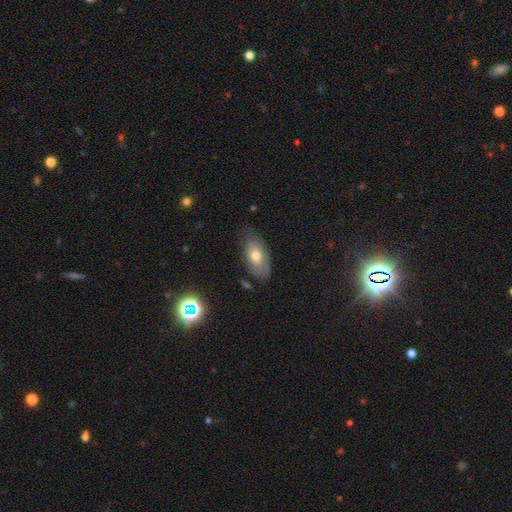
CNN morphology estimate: Smooth or featured? smooth (66%)
How rounded? in between (91%)
Merging? none (71%)